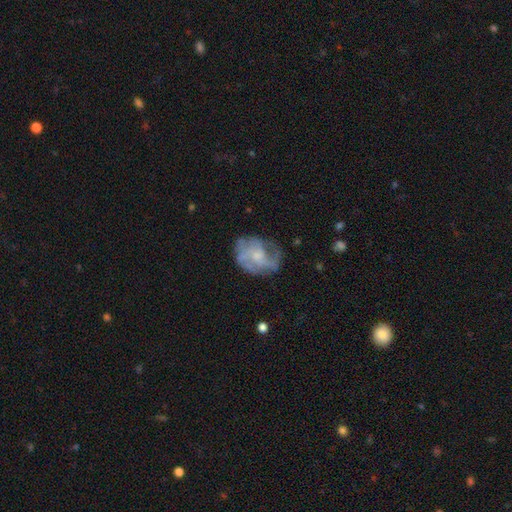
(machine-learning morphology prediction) Smooth or featured?
  - featured or disk: 68% *
  - smooth: 24%
  - star or artifact: 8%
Edge-on disk?
  - no: 97% *
  - yes: 3%
Bar?
  - no: 70% *
  - weak: 26%
  - strong: 4%
Spiral arms?
  - yes: 80% *
  - no: 20%
Spiral winding?
  - medium: 43% *
  - tight: 29%
  - loose: 27%
Spiral arm count?
  - can't tell: 32% *
  - 3: 27%
  - 2: 19%
  - 4: 11%
  - 1: 6%
  - more than 4: 5%
Bulge size?
  - small: 39% *
  - moderate: 37%
  - none: 17%
  - large: 5%
  - dominant: 1%
Merging?
  - none: 60% *
  - minor disturbance: 22%
  - major disturbance: 16%
  - merger: 2%